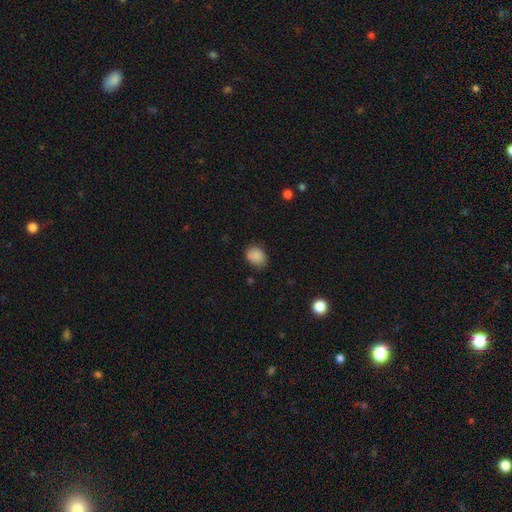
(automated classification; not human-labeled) Smooth or featured? Predicted: smooth (p=0.87). How rounded? Predicted: in between (p=0.61). Merging? Predicted: none (p=0.76).